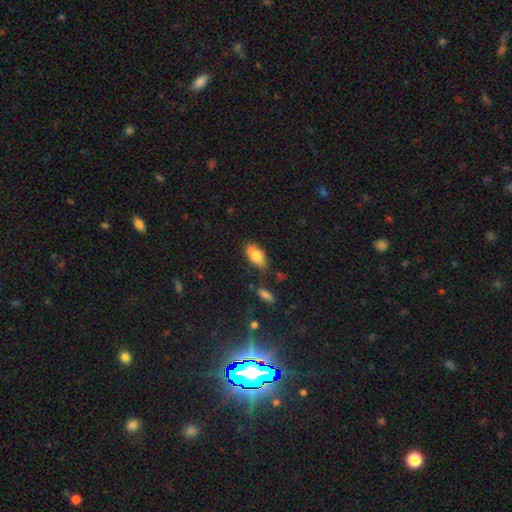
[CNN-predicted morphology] Overall: smooth (75%). How rounded: in between (90%). Merging: none (53%; minor disturbance 27%).